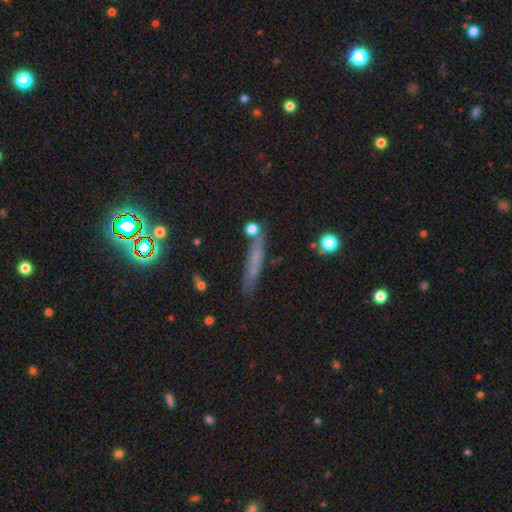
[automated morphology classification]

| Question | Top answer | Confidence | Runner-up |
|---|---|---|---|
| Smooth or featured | smooth | 59% | featured or disk (26%) |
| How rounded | cigar-shaped | 90% | in between (7%) |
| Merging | none | 76% | minor disturbance (14%) |